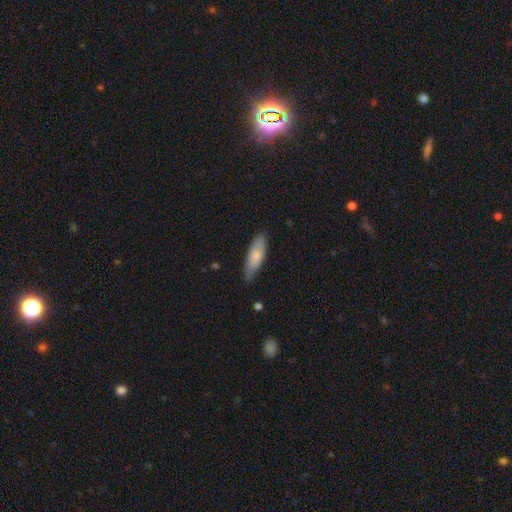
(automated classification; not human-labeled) Smooth or featured?
  - smooth: 77% *
  - featured or disk: 17%
  - star or artifact: 6%
How rounded?
  - in between: 63% *
  - cigar-shaped: 36%
  - round: 2%
Merging?
  - none: 71% *
  - minor disturbance: 24%
  - major disturbance: 3%
  - merger: 1%